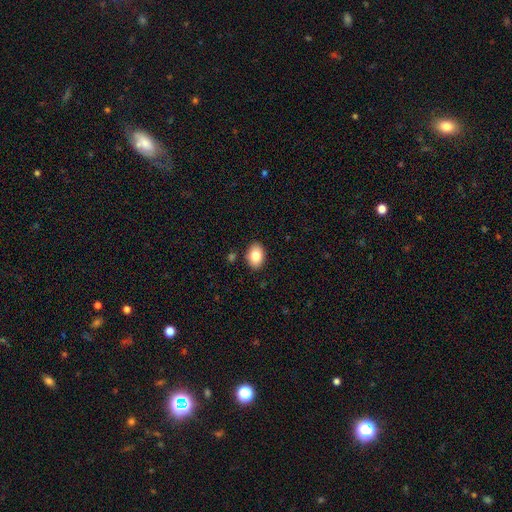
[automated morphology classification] smooth_or_featured: smooth (p=0.83) [alt: featured or disk p=0.09]
how_rounded: in between (p=0.81) [alt: round p=0.18]
merging: none (p=0.87) [alt: minor disturbance p=0.09]